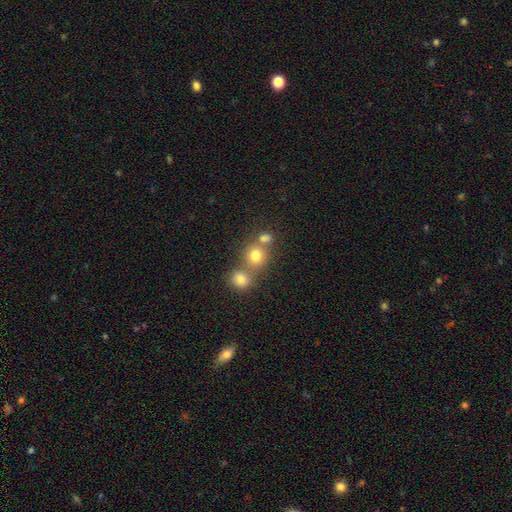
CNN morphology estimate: Overall: smooth (76%). How rounded: round (85%). Merging: none (54%; merger 36%).